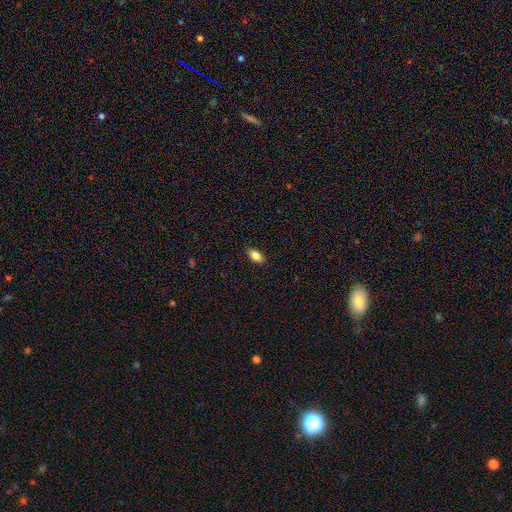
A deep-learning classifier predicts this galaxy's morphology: This is clearly a smooth galaxy (82%). How rounded: clearly in between (89%). Merging: clearly none (89%).